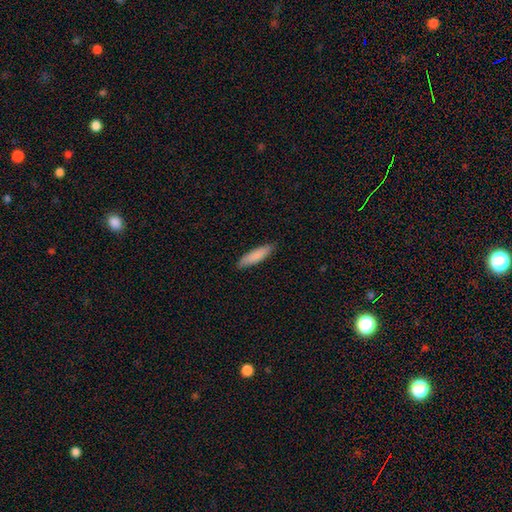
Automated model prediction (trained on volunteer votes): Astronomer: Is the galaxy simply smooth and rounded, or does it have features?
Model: smooth — 86%.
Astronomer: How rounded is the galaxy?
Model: cigar-shaped — 70%.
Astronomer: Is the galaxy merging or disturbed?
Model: none — 88%.